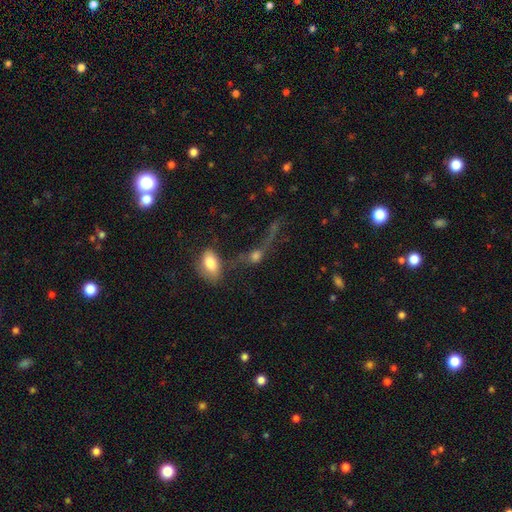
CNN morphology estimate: Q: Smooth or featured?
A: smooth (52%); runner-up: featured or disk (27%)
Q: How rounded?
A: in between (56%); runner-up: round (32%)
Q: Merging?
A: merger (36%); runner-up: none (28%)